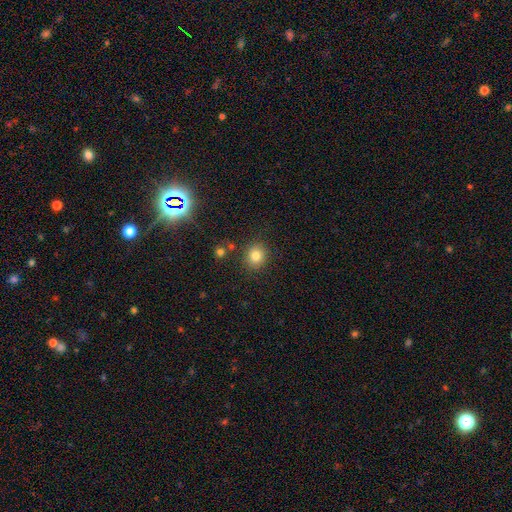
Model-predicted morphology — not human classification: Smooth or featured?
  - smooth: 81% *
  - star or artifact: 12%
  - featured or disk: 7%
How rounded?
  - round: 81% *
  - in between: 18%
  - cigar-shaped: 1%
Merging?
  - none: 84% *
  - minor disturbance: 9%
  - merger: 4%
  - major disturbance: 3%